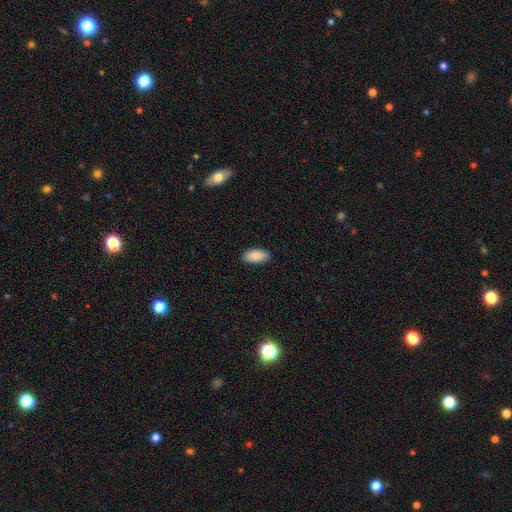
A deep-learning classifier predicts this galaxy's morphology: smooth_or_featured: smooth (p=0.89) [alt: star or artifact p=0.06]
how_rounded: in between (p=0.93) [alt: cigar-shaped p=0.05]
merging: none (p=0.89) [alt: minor disturbance p=0.08]